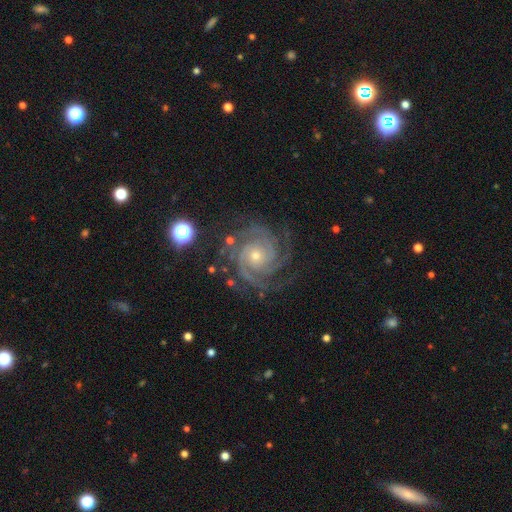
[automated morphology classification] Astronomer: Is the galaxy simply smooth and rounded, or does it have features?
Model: featured or disk — 92%.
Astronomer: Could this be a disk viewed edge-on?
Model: no — 98%.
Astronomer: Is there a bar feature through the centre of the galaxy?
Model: no — 76%.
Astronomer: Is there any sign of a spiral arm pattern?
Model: yes — 99%.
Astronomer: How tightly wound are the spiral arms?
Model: tight — 74%.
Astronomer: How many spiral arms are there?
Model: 3 — 39% (runner-up: 4, 23%).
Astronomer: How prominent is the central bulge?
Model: small — 61%.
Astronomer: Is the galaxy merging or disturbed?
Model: none — 77%.